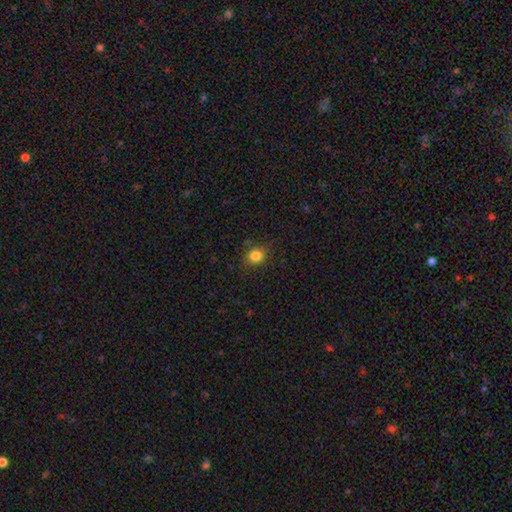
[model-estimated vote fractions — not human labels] Smooth or featured?
  - smooth: 83% *
  - star or artifact: 12%
  - featured or disk: 5%
How rounded?
  - round: 77% *
  - in between: 22%
  - cigar-shaped: 1%
Merging?
  - none: 83% *
  - minor disturbance: 12%
  - major disturbance: 3%
  - merger: 1%